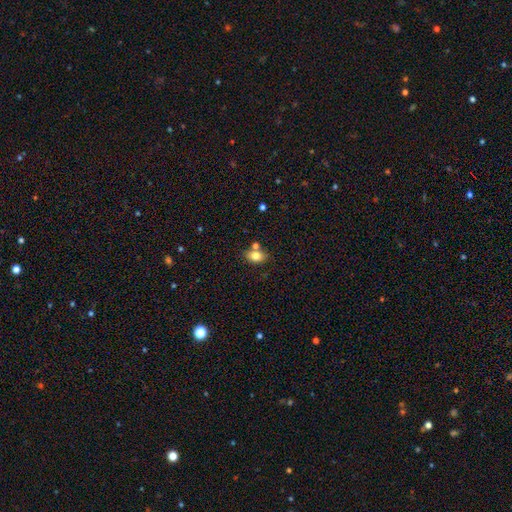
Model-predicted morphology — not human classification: The model was most divided on "merging": none: 67%, merger: 16%, minor disturbance: 14%, major disturbance: 3%. More confident: how rounded — in between (79%); smooth or featured — smooth (79%).